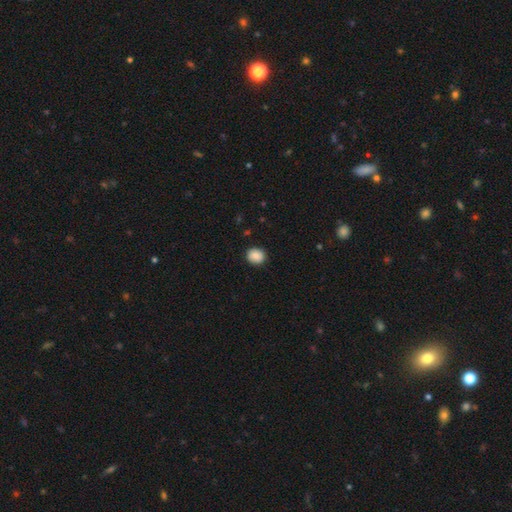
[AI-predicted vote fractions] Smooth or featured? smooth (88%)
How rounded? round (74%)
Merging? none (87%)